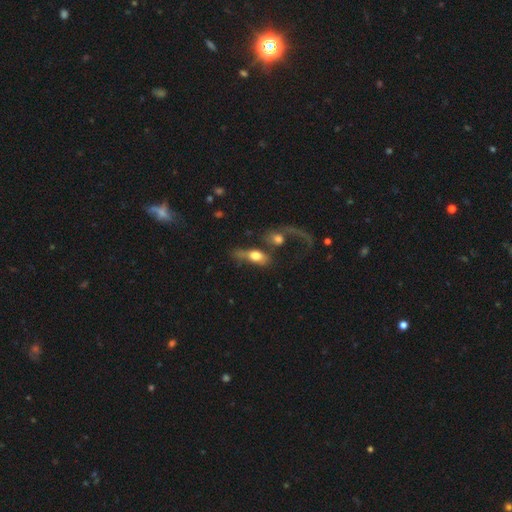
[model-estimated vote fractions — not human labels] smooth_or_featured: smooth (p=0.58) [alt: featured or disk p=0.33]
how_rounded: in between (p=0.73) [alt: cigar-shaped p=0.15]
merging: merger (p=0.42) [alt: major disturbance p=0.26]